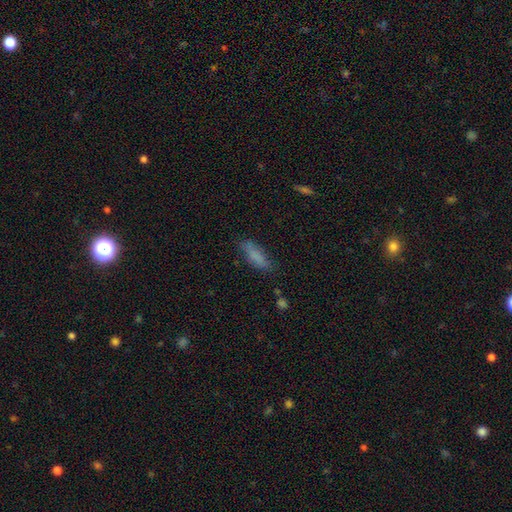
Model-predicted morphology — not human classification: Smooth or featured?
  - smooth: 80% *
  - featured or disk: 12%
  - star or artifact: 9%
How rounded?
  - cigar-shaped: 49% * (tied)
  - in between: 49% * (tied)
  - round: 2%
Merging?
  - none: 72% *
  - minor disturbance: 21%
  - major disturbance: 6%
  - merger: 2%